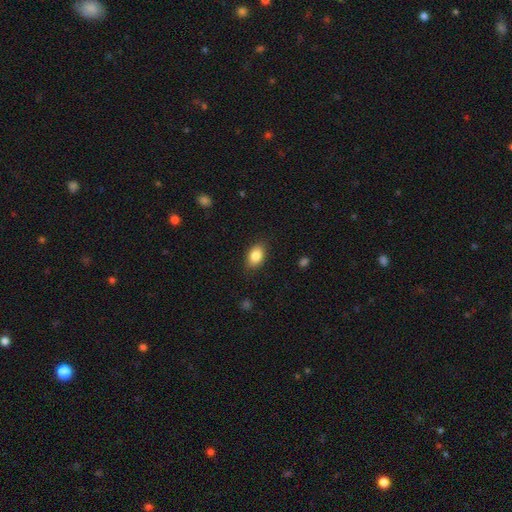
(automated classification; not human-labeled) smooth-or-featured: smooth: 85% | star or artifact: 8% | featured or disk: 7%
  how-rounded: in between: 86% | round: 12% | cigar-shaped: 2%
  merging: none: 84% | minor disturbance: 12% | major disturbance: 3% | merger: 1%